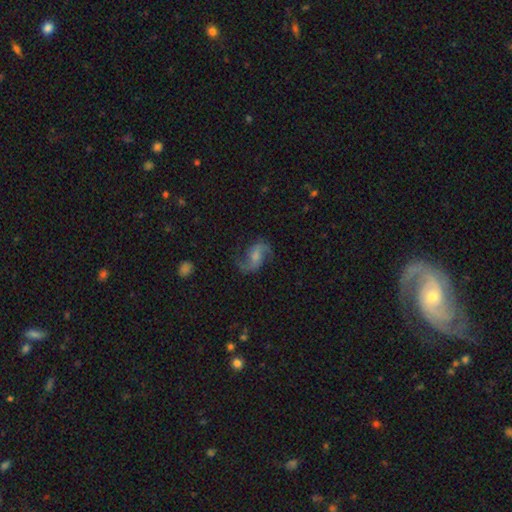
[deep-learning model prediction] Overall: featured or disk (82%). Edge-on disk: no (98%). Bar: weak (45%; no 42%). Spiral arms: yes (96%). Spiral arm count: 2 (92%). Spiral winding: loose (61%; medium 33%). Bulge size: moderate (41%; small 35%). Merging: none (73%).